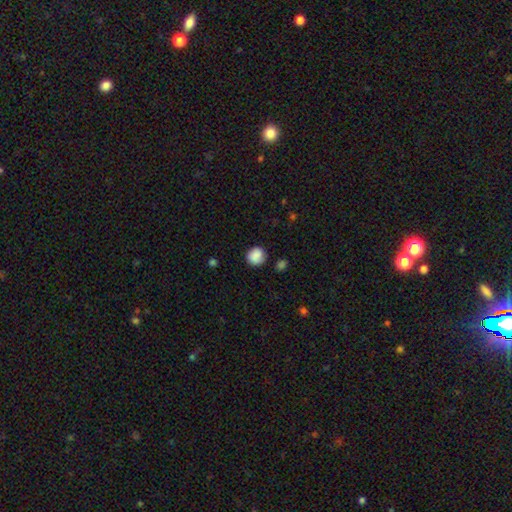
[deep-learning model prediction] Morphology: type=smooth (86%); roundness=round (84%); merging=none (79%).